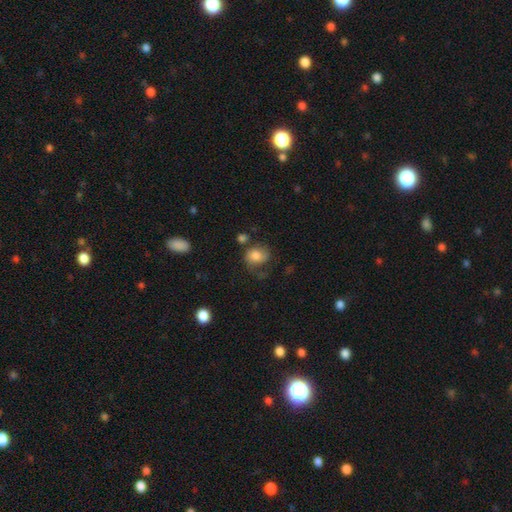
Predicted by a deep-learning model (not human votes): smooth_or_featured: smooth (p=0.66) [alt: featured or disk p=0.25]
how_rounded: round (p=0.62) [alt: in between p=0.37]
merging: none (p=0.46) [alt: minor disturbance p=0.26]